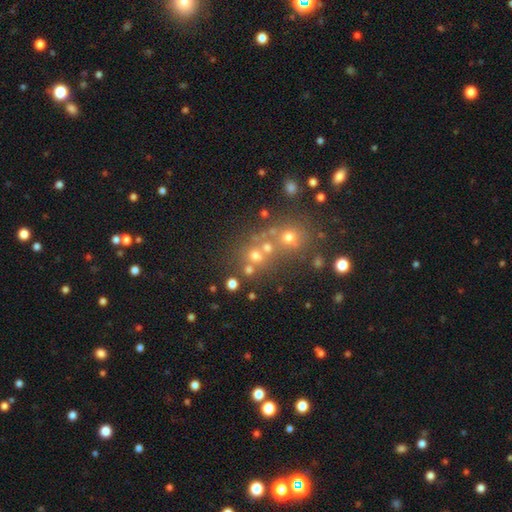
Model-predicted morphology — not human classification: smooth_or_featured: smooth (p=0.58) [alt: star or artifact p=0.26]
how_rounded: round (p=0.82) [alt: in between p=0.16]
merging: none (p=0.53) [alt: merger p=0.32]